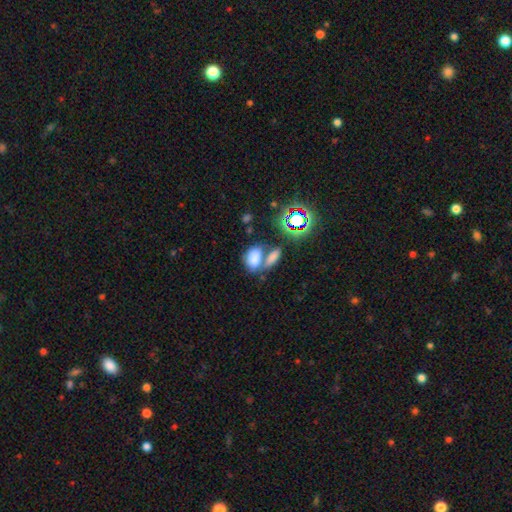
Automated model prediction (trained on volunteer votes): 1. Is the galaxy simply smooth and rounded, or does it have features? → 76% smooth, 15% star or artifact, 10% featured or disk.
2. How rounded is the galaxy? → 83% in between, 14% round, 3% cigar-shaped.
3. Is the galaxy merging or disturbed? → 53% merger, 32% none, 10% minor disturbance, 6% major disturbance.